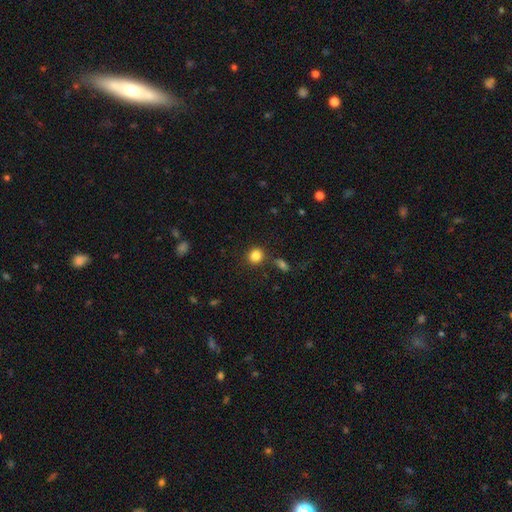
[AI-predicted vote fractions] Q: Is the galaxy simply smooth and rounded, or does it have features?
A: smooth — 85%.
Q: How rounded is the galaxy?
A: round — 88%.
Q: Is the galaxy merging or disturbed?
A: none — 81%.